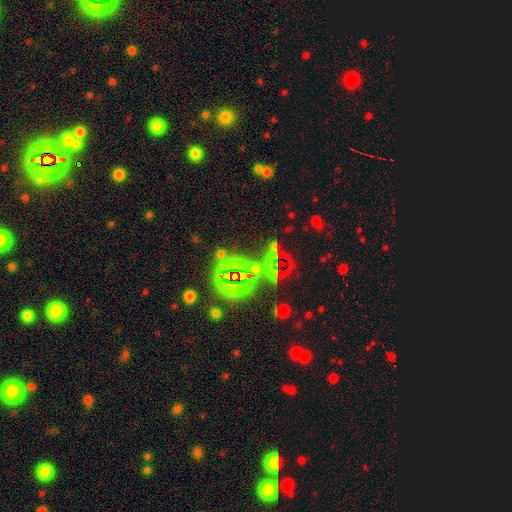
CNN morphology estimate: A star or artifact, not a galaxy (77%).

Vote fractions:
- Smooth or featured? star or artifact: 77% / smooth: 13% / featured or disk: 10%